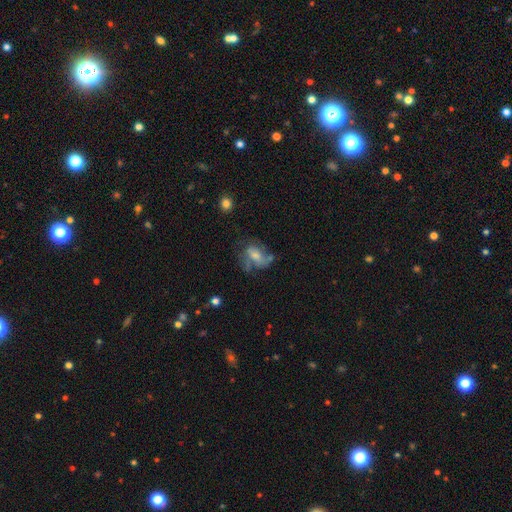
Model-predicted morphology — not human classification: type=featured or disk (51%); edge-on=no (96%); merging=none (37%).